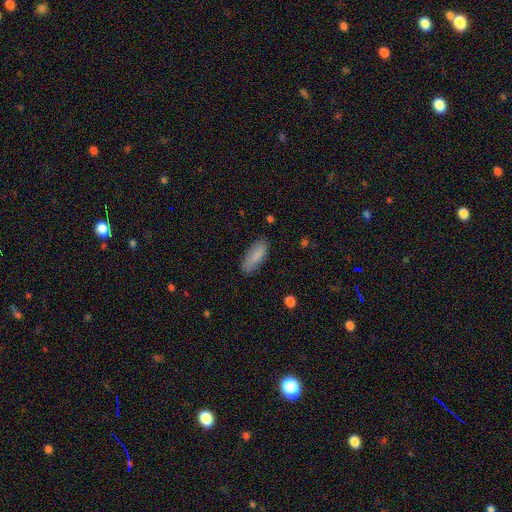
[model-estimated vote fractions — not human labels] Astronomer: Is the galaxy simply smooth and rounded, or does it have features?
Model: smooth — 87%.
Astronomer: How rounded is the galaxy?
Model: in between — 70%.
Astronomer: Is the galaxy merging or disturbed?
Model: none — 84%.